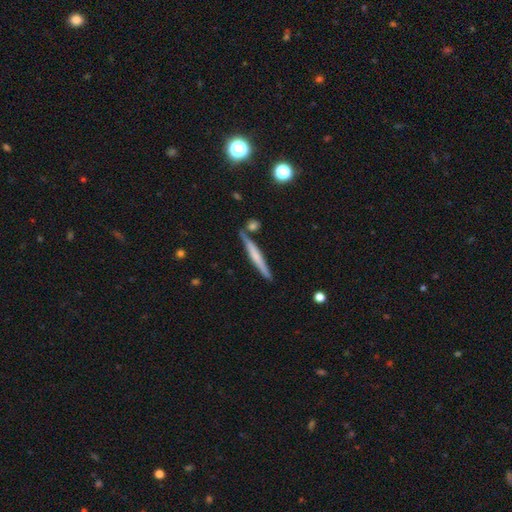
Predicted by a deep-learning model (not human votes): This is possibly a featured or disk galaxy (48%). Merging: clearly none (83%).